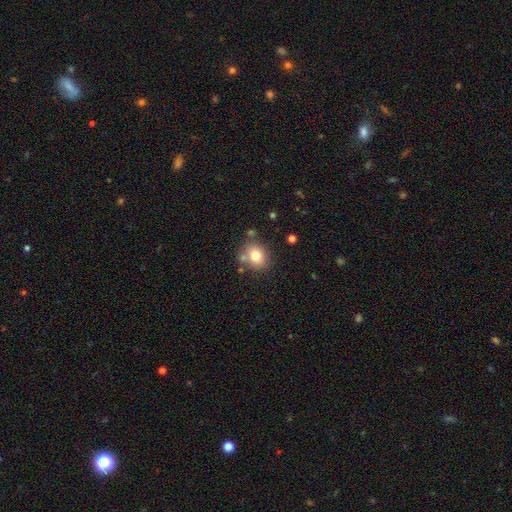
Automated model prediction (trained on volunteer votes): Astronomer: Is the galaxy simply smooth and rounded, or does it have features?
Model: smooth — 78%.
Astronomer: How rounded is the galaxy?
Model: round — 59% (runner-up: in between, 40%).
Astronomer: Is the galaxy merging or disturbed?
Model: none — 72%.